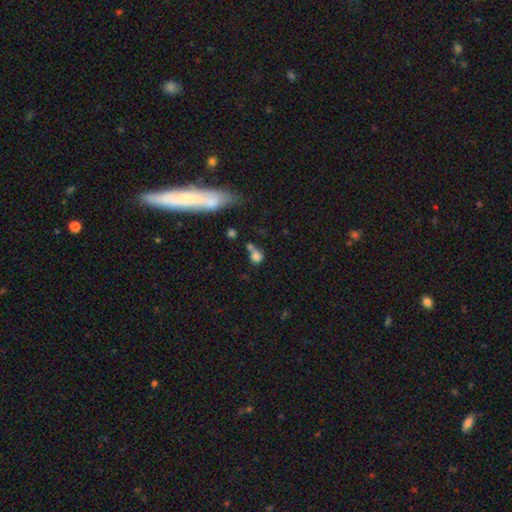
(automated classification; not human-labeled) A smooth galaxy with no disk features (74%) that is round (55%).

Vote fractions:
- Smooth or featured? smooth: 74% / star or artifact: 14% / featured or disk: 12%
- How rounded? round: 55% / in between: 41% / cigar-shaped: 3%
- Merging? merger: 37% / none: 34% / minor disturbance: 16% / major disturbance: 13%